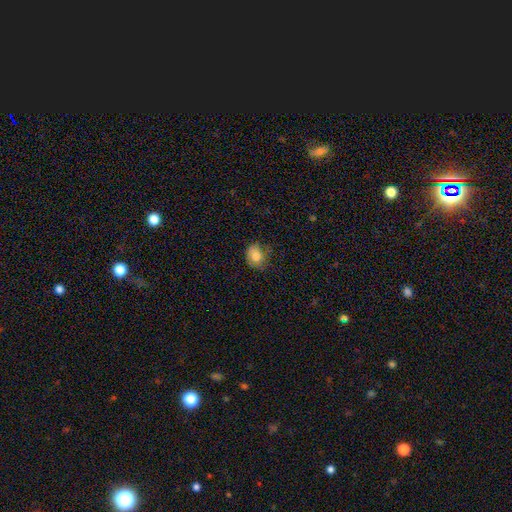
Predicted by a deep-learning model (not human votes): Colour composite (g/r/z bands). It shows a smooth galaxy with no disk features (80%) that is round (57%). Merging: none (63%).